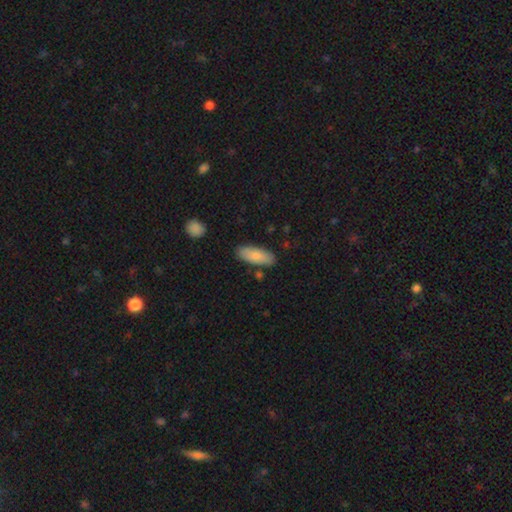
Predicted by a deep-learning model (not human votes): smooth_or_featured: smooth (p=0.82) [alt: featured or disk p=0.12]
how_rounded: in between (p=0.76) [alt: cigar-shaped p=0.22]
merging: none (p=0.84) [alt: minor disturbance p=0.11]